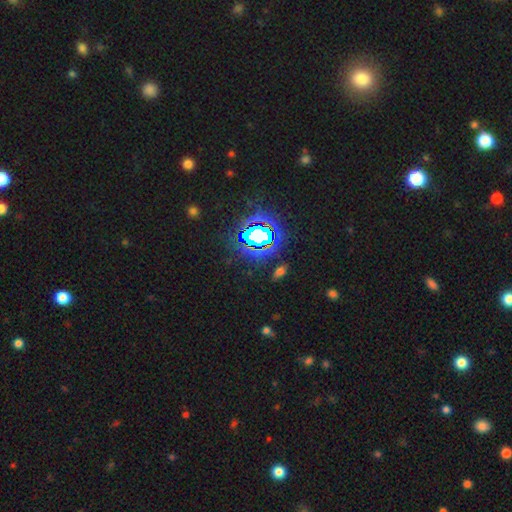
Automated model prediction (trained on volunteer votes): star or artifact 81%, smooth 12%, featured or disk 7%.